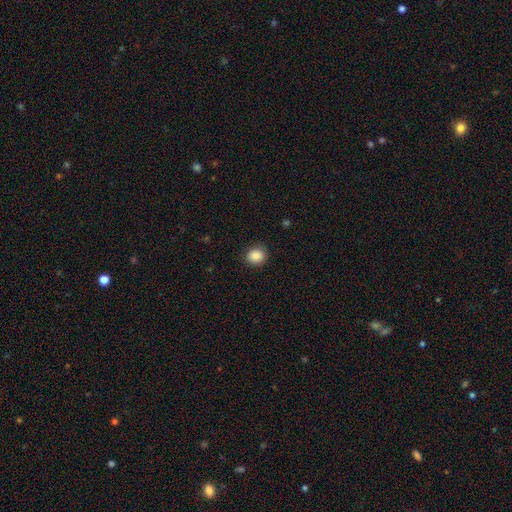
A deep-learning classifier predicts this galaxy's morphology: smooth 87%, star or artifact 9%, featured or disk 4%. Down the decision tree: how rounded — round (77%); merging — none (85%).